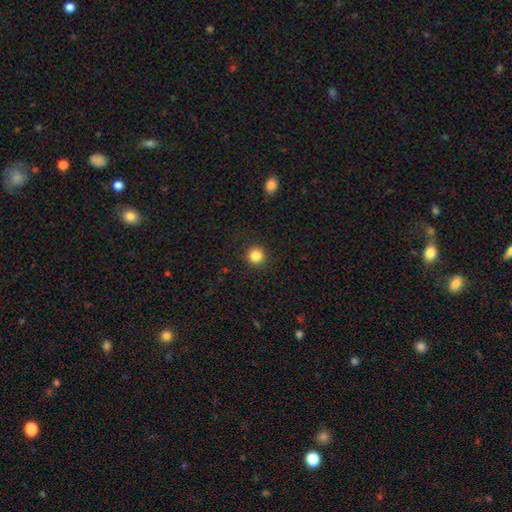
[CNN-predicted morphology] smooth 85%, star or artifact 11%, featured or disk 4%. Down the decision tree: how rounded — round (94%); merging — none (91%).